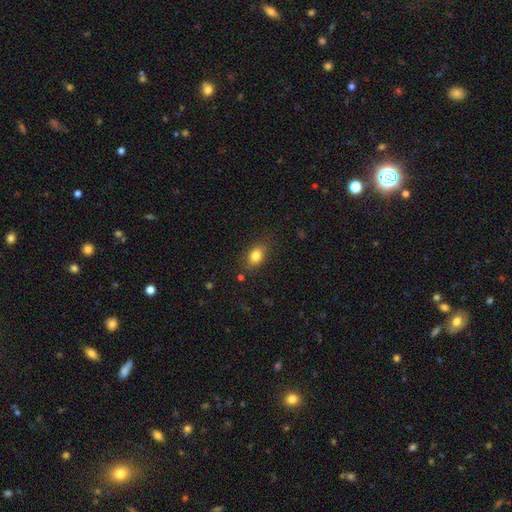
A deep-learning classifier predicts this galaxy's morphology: smooth 83%, star or artifact 10%, featured or disk 8%. Down the decision tree: how rounded — in between (73%); merging — none (80%).